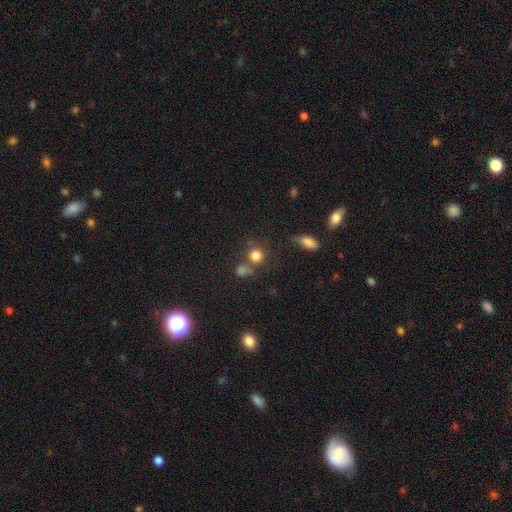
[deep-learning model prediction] A smooth galaxy with no disk features (79%) that is round (86%). Merging: none (59%).